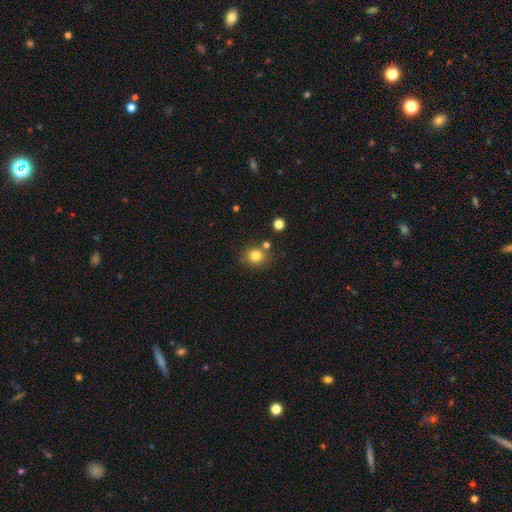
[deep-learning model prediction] Morphology: type=smooth (80%); roundness=round (77%); merging=none (75%).